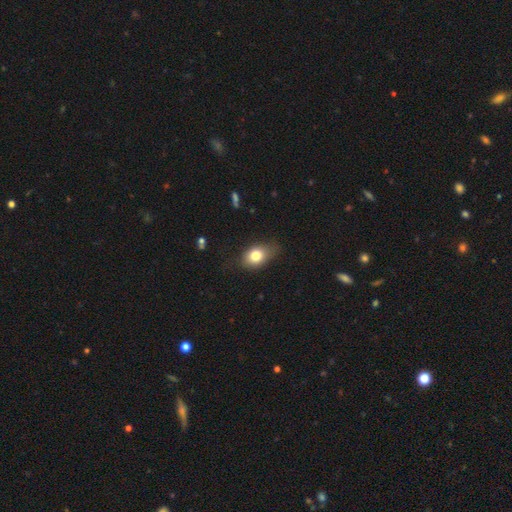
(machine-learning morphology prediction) Smooth or featured? Predicted: smooth (p=0.78). How rounded? Predicted: in between (p=0.77). Merging? Predicted: none (p=0.64).